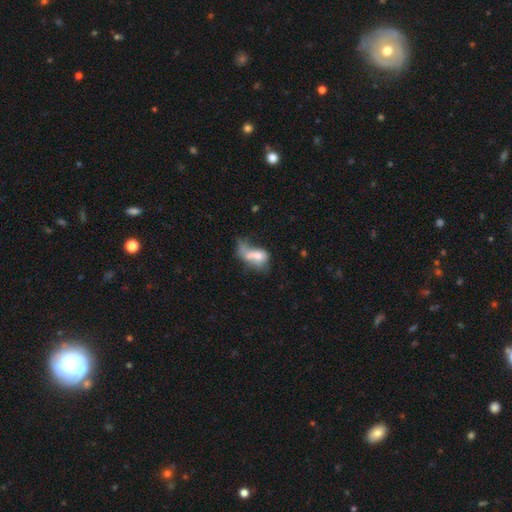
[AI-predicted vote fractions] Overall: smooth (57%; featured or disk 33%). How rounded: in between (79%). Merging: merger (40%; major disturbance 30%).